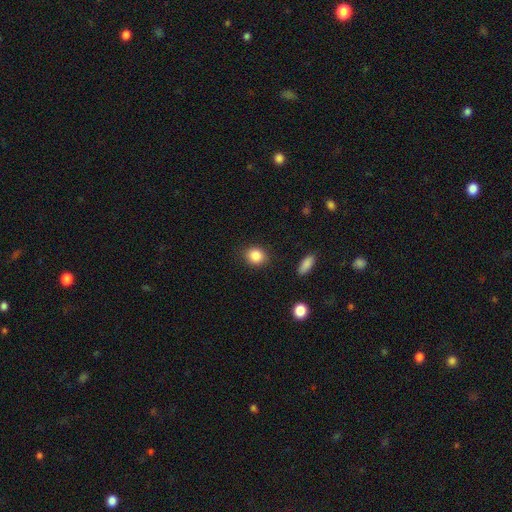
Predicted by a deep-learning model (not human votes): This appears to be a smooth galaxy with no disk features (86%) that is round (72%). Merging: none (87%).